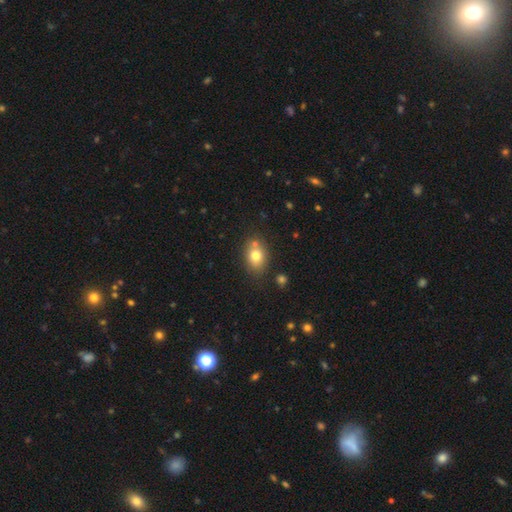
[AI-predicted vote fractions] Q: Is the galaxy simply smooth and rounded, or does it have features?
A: smooth — 76%.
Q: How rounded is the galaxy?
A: in between — 63%.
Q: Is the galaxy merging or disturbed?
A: none — 69%.